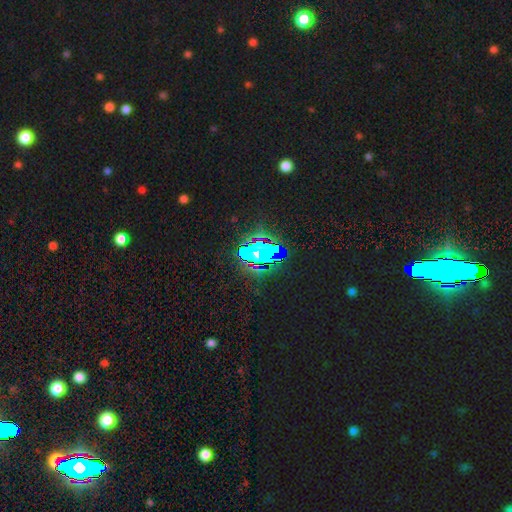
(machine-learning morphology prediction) Q: Smooth or featured?
A: star or artifact (67%); runner-up: featured or disk (16%)